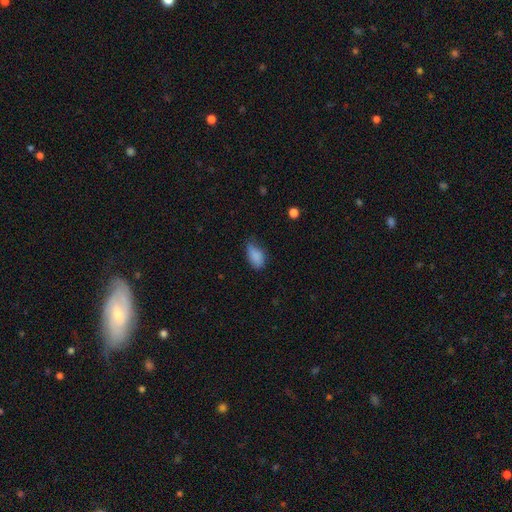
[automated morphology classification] Overall: smooth (86%). How rounded: in between (92%). Merging: none (57%; minor disturbance 34%).